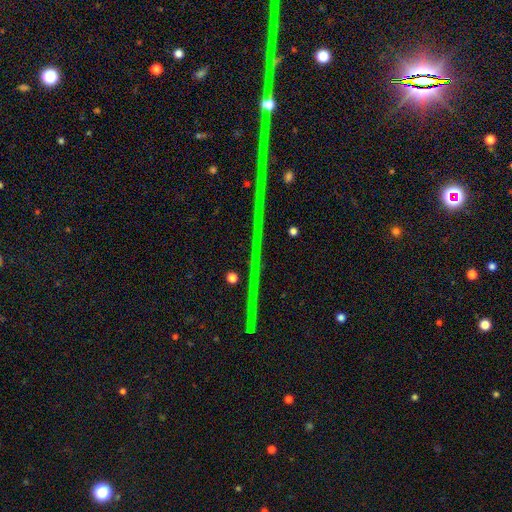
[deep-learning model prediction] Smooth or featured?
  - star or artifact: 86% *
  - featured or disk: 8%
  - smooth: 6%